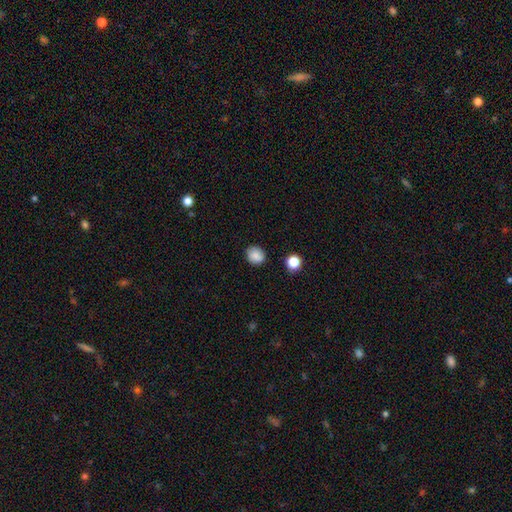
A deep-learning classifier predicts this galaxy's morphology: This is clearly a smooth galaxy (84%). How rounded: likely round (79%). Merging: clearly none (84%).